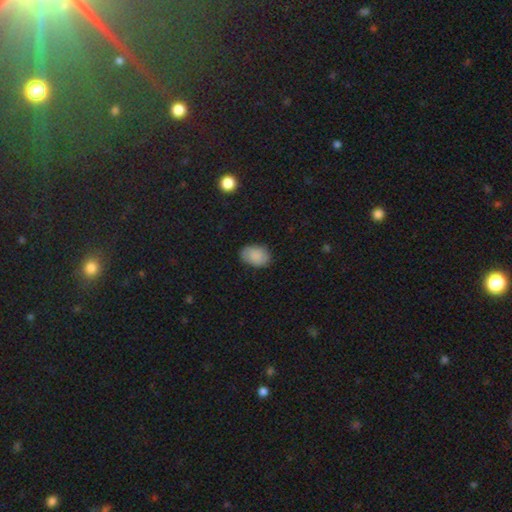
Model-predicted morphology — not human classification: Overall: smooth (85%). How rounded: in between (77%). Merging: none (79%).